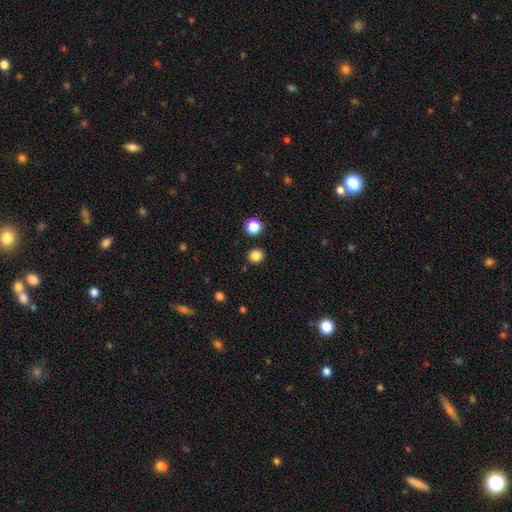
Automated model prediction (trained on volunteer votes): Smooth or featured: smooth — 85% (star or artifact — 12%)
How rounded: round — 84% (in between — 15%)
Merging: none — 89% (minor disturbance — 6%)